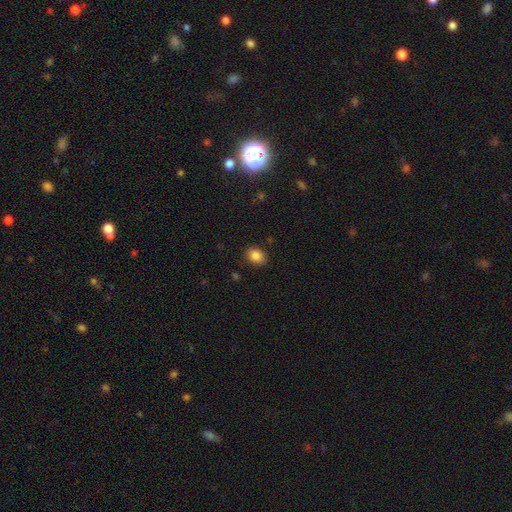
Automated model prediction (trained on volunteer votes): The model was most divided on "how rounded": in between: 62%, round: 37%, cigar-shaped: 1%. More confident: smooth or featured — smooth (86%); merging — none (85%).